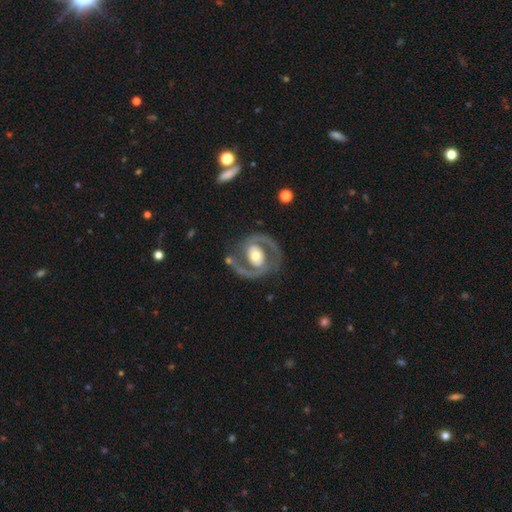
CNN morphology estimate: This appears to be a featured or disk galaxy (86%) with no bar (52%), 2 (90%) medium (55%) spiral arms (90%) and a moderate central bulge (64%). Merging: none (78%).